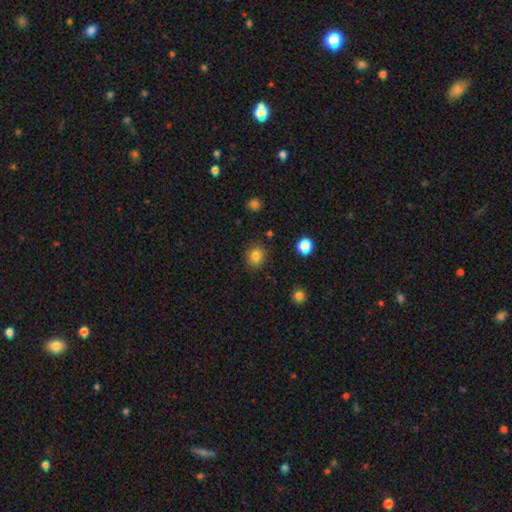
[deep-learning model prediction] smooth 82%, star or artifact 12%, featured or disk 7%. Down the decision tree: how rounded — round (75%); merging — none (87%).